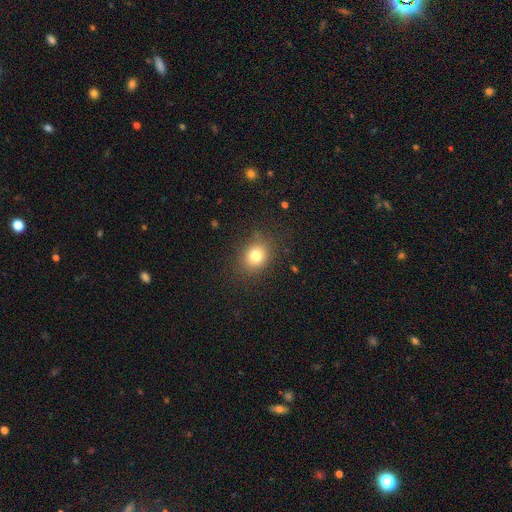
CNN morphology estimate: Smooth or featured? Predicted: smooth (p=0.77). How rounded? Predicted: round (p=0.61). Merging? Predicted: none (p=0.84).